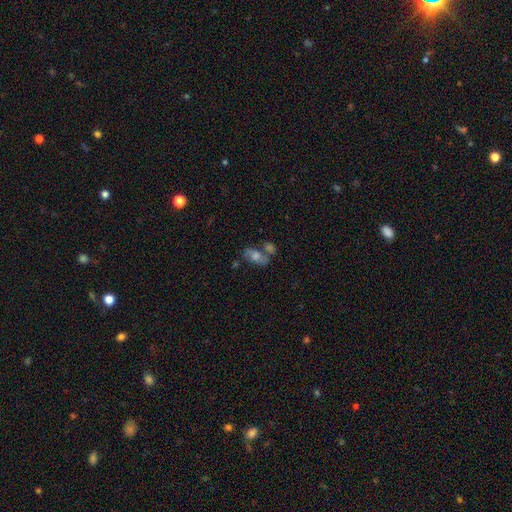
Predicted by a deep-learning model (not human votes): A featured or disk galaxy (47%).

Vote fractions:
- Smooth or featured? featured or disk: 47% / smooth: 41% / star or artifact: 12%
- Merging? none: 46% / merger: 31% / minor disturbance: 15% / major disturbance: 8%